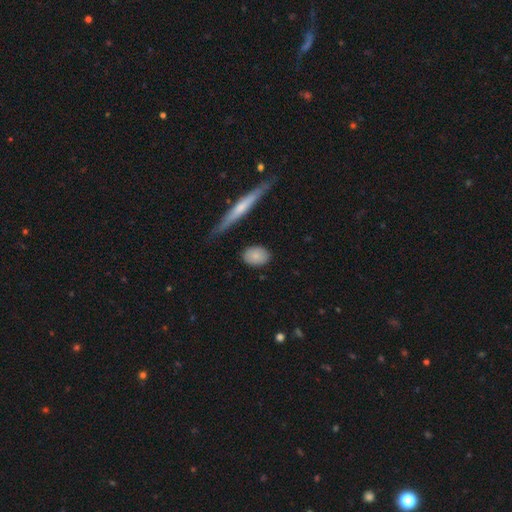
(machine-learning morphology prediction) This is clearly a smooth galaxy (82%). How rounded: likely in between (78%). Merging: clearly none (81%).